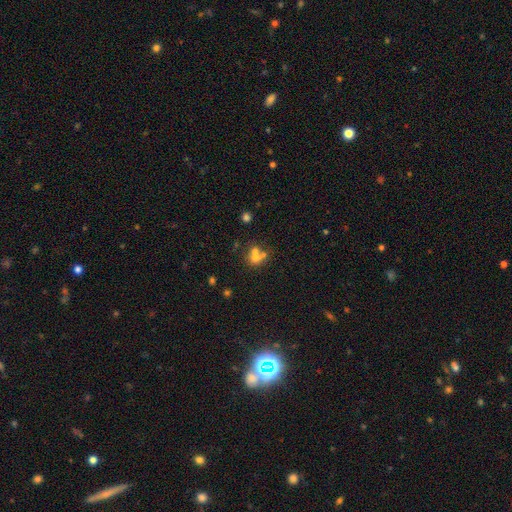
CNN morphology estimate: smooth 57%, featured or disk 24%, star or artifact 19%. Down the decision tree: how rounded — round (67%); merging — merger (54%).